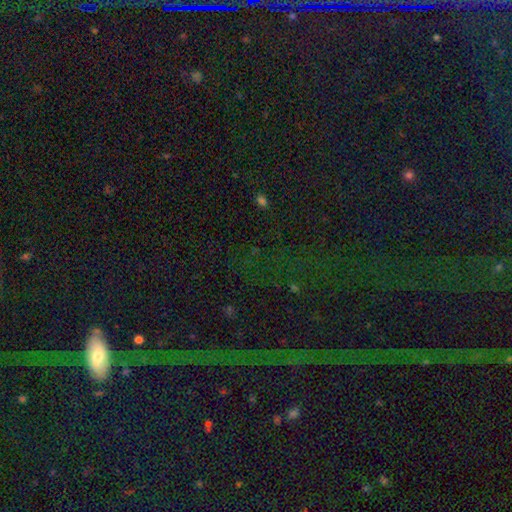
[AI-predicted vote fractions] Overall: star or artifact (76%).